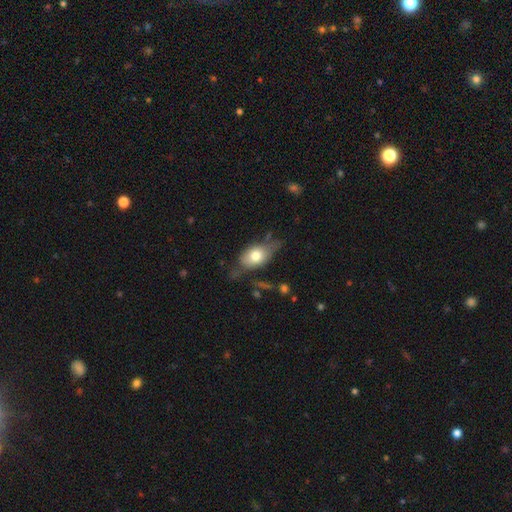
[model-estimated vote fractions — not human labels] Smooth or featured: smooth — 70% (featured or disk — 22%)
How rounded: in between — 83% (round — 13%)
Merging: none — 50% (minor disturbance — 32%)